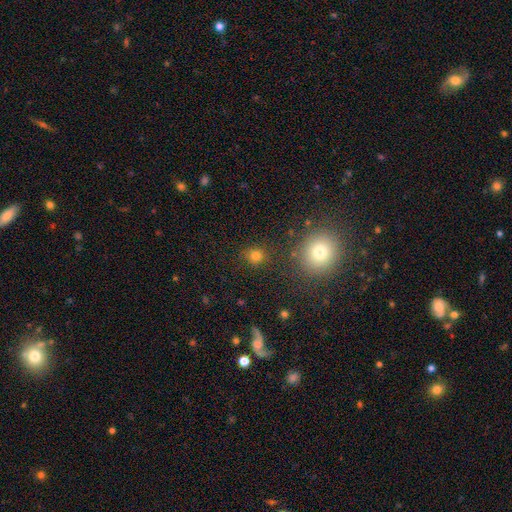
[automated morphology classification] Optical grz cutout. It shows a smooth galaxy with no disk features (77%) that is round (83%). Merging: none (81%).